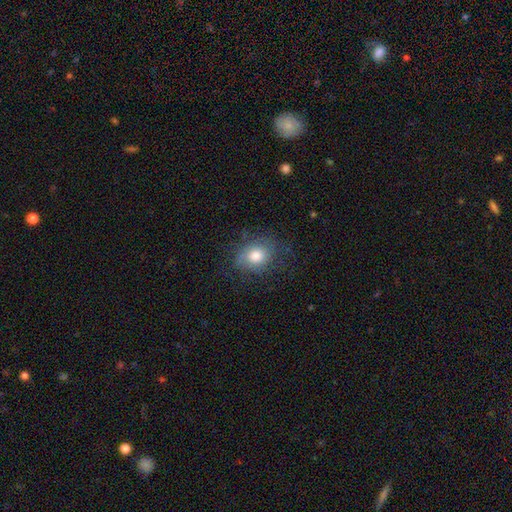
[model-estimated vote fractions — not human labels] Morphology: type=smooth (73%); roundness=round (54%); merging=none (68%).